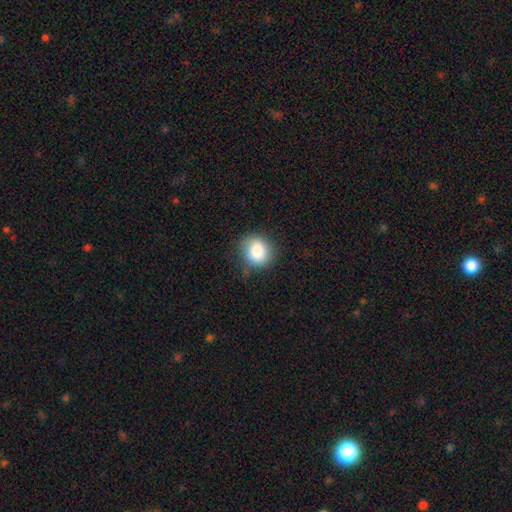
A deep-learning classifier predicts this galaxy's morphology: Smooth or featured? Predicted: smooth (p=0.84). How rounded? Predicted: round (p=0.77). Merging? Predicted: none (p=0.75).